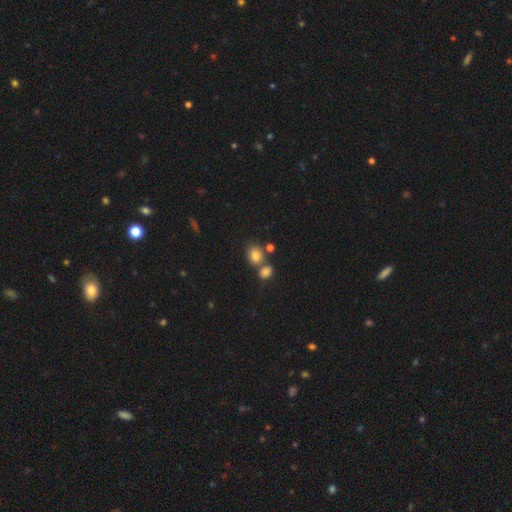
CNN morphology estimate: smooth_or_featured: smooth (p=0.81) [alt: star or artifact p=0.11]
how_rounded: round (p=0.54) [alt: in between p=0.45]
merging: none (p=0.54) [alt: merger p=0.31]